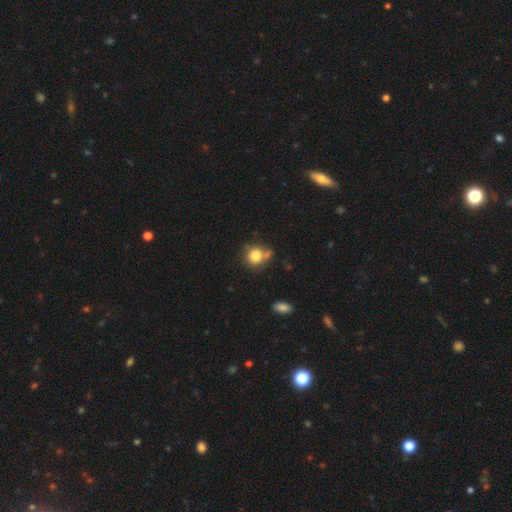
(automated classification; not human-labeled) smooth_or_featured: smooth (p=0.81) [alt: star or artifact p=0.10]
how_rounded: round (p=0.85) [alt: in between p=0.14]
merging: none (p=0.57) [alt: merger p=0.20]